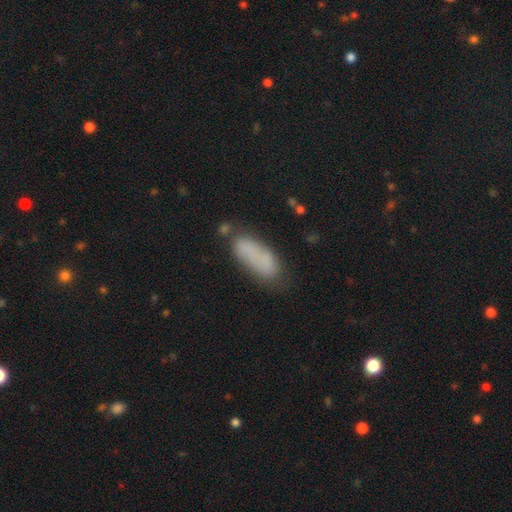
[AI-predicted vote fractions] Morphology: type=smooth (74%); roundness=in between (72%); merging=none (57%).